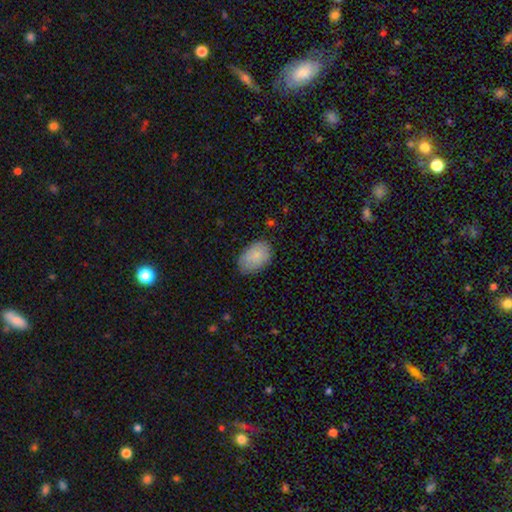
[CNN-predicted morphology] A smooth galaxy with no disk features (85%) that is in between round and cigar-shaped (90%). Merging: none (78%).